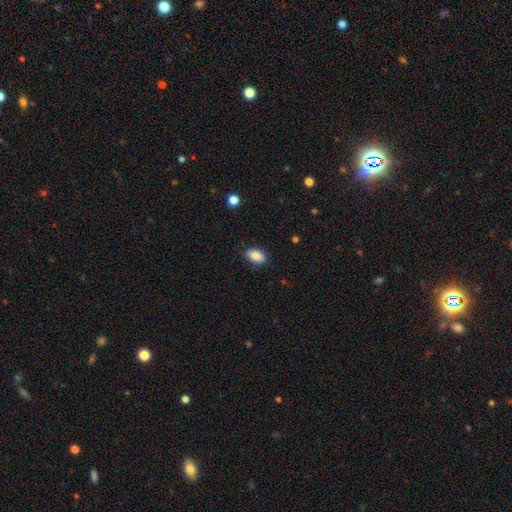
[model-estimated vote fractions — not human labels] smooth_or_featured: smooth (p=0.86) [alt: star or artifact p=0.08]
how_rounded: in between (p=0.91) [alt: round p=0.07]
merging: none (p=0.85) [alt: minor disturbance p=0.12]